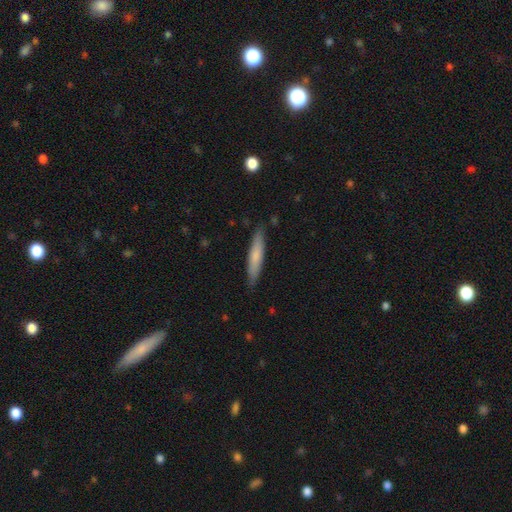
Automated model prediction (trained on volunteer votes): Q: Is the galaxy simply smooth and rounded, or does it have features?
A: smooth — 71%.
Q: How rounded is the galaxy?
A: cigar-shaped — 90%.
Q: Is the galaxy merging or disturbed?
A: none — 87%.